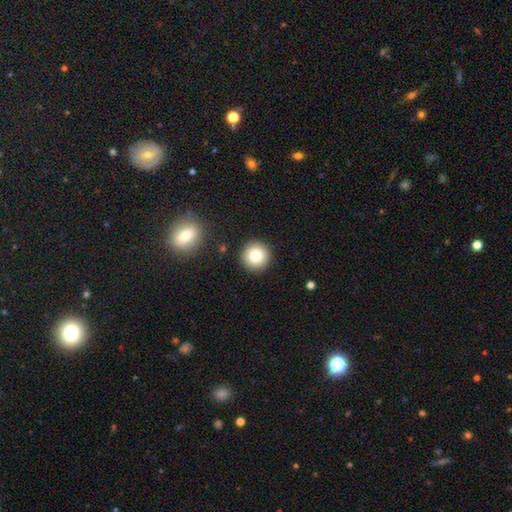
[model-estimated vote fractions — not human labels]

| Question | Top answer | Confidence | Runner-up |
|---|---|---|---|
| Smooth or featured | smooth | 80% | star or artifact (10%) |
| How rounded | round | 95% | in between (4%) |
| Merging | none | 90% | minor disturbance (6%) |